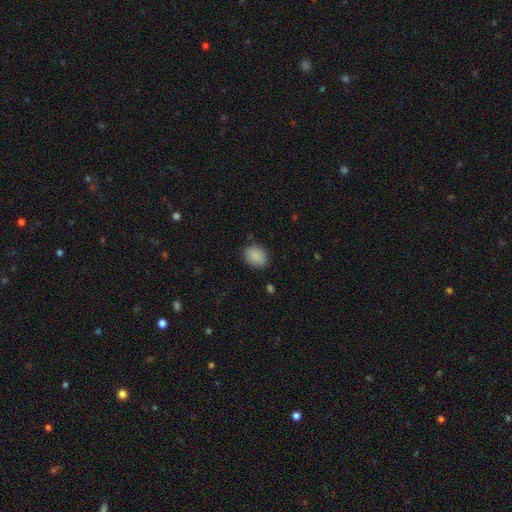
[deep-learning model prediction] Overall: smooth (88%). How rounded: in between (50%; round 49%). Merging: none (82%).